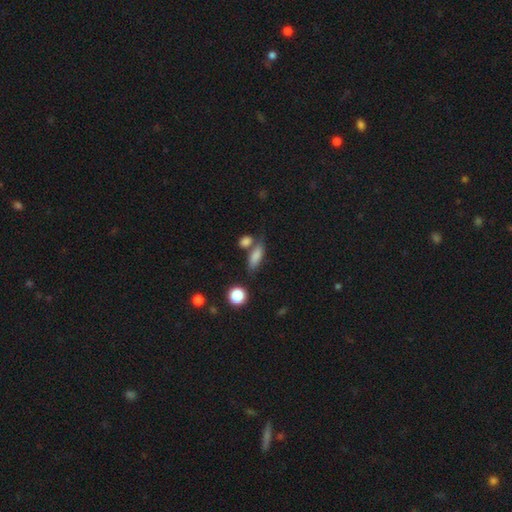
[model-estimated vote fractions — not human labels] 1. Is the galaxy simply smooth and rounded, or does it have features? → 81% smooth, 10% featured or disk, 9% star or artifact.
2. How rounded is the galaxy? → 64% in between, 29% cigar-shaped, 7% round.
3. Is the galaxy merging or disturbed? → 58% none, 23% merger, 14% minor disturbance, 6% major disturbance.